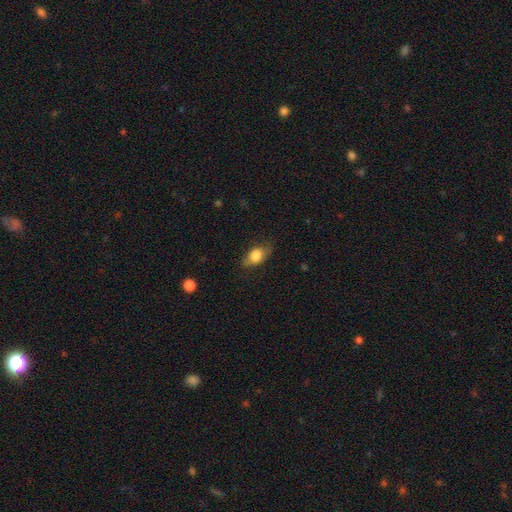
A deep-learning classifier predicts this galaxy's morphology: A smooth galaxy with no disk features (77%) that is in between round and cigar-shaped (81%).

Vote fractions:
- Smooth or featured? smooth: 77% / featured or disk: 15% / star or artifact: 8%
- How rounded? in between: 81% / round: 14% / cigar-shaped: 4%
- Merging? none: 71% / minor disturbance: 22% / major disturbance: 6% / merger: 1%